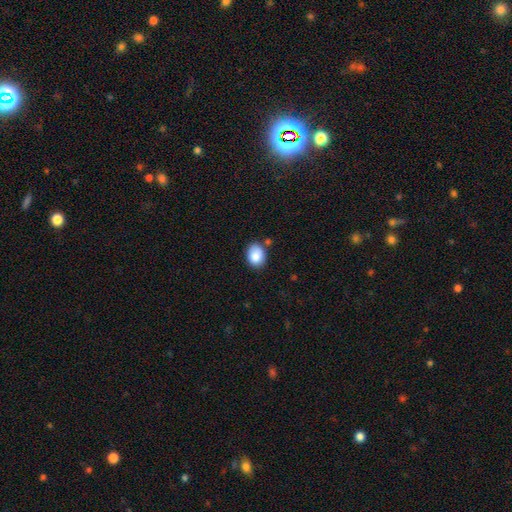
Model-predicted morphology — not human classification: Smooth or featured: smooth — 87% (star or artifact — 8%)
How rounded: in between — 61% (round — 38%)
Merging: none — 74% (minor disturbance — 17%)